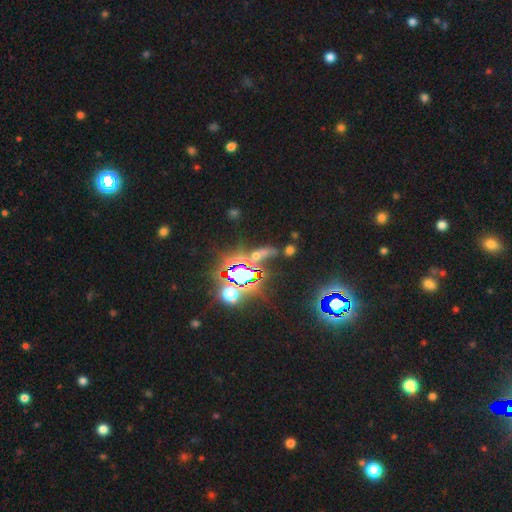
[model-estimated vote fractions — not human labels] A star or artifact, not a galaxy (57%).

Vote fractions:
- Smooth or featured? star or artifact: 57% / smooth: 27% / featured or disk: 17%